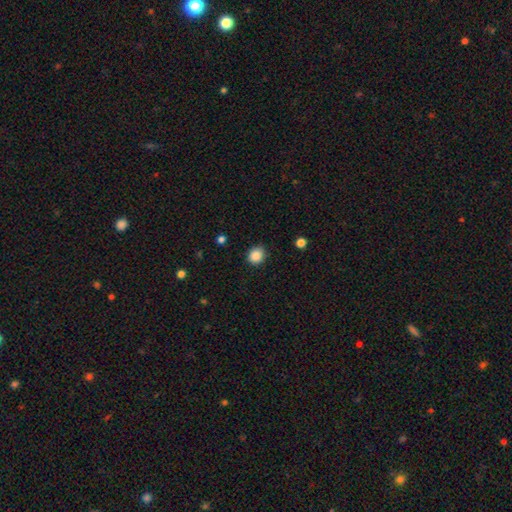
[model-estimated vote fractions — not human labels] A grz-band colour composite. It shows a smooth galaxy with no disk features (88%) that is round (72%). Merging: none (83%).